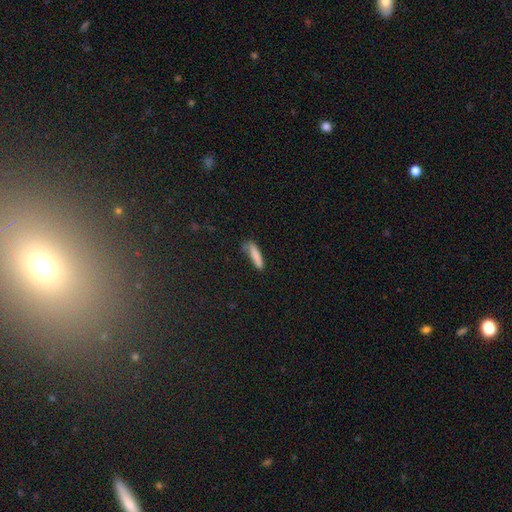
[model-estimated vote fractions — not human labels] Overall: smooth (84%). How rounded: cigar-shaped (81%). Merging: none (67%).